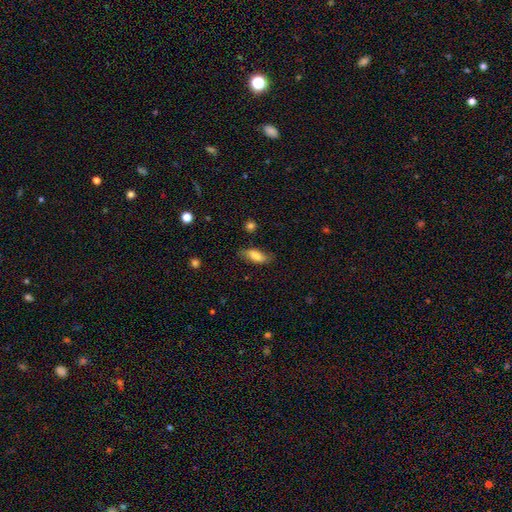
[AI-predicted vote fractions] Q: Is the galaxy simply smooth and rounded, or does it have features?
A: smooth — 77%.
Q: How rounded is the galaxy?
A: in between — 77%.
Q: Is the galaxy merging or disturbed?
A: none — 73%.